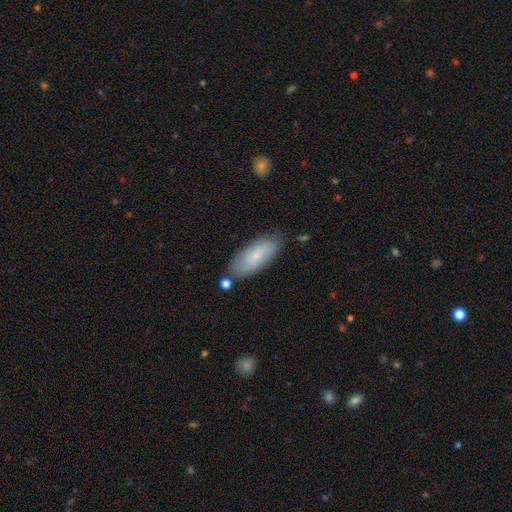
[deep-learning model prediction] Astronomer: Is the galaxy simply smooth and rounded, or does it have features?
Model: smooth — 68%.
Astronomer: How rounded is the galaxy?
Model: in between — 80%.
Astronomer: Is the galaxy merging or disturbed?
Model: none — 77%.